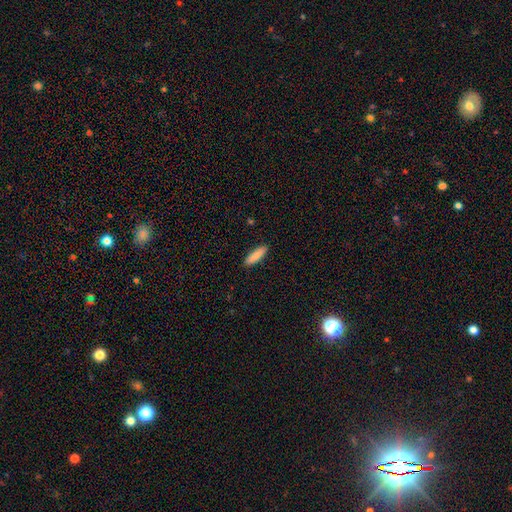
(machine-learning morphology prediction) Smooth or featured?
  - smooth: 84% *
  - featured or disk: 11%
  - star or artifact: 6%
How rounded?
  - cigar-shaped: 60% *
  - in between: 39%
  - round: 2%
Merging?
  - none: 90% *
  - minor disturbance: 7%
  - major disturbance: 2%
  - merger: 1%